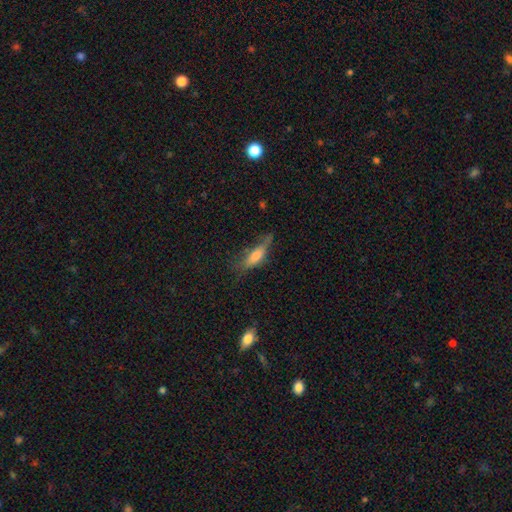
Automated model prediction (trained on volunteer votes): Smooth or featured? Predicted: smooth (p=0.63). How rounded? Predicted: cigar-shaped (p=0.51). Merging? Predicted: none (p=0.48).